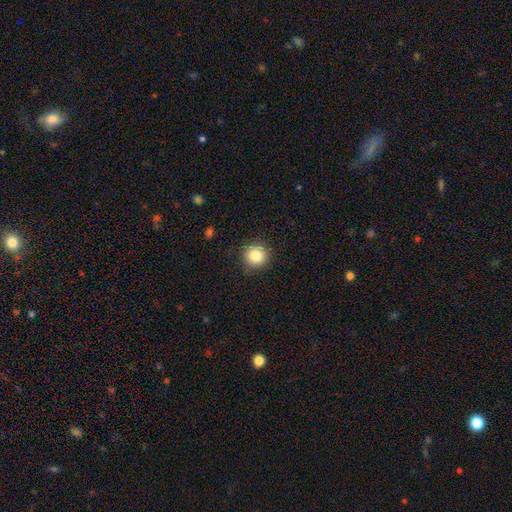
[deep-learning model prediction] Morphology: type=smooth (84%); roundness=round (93%); merging=none (89%).